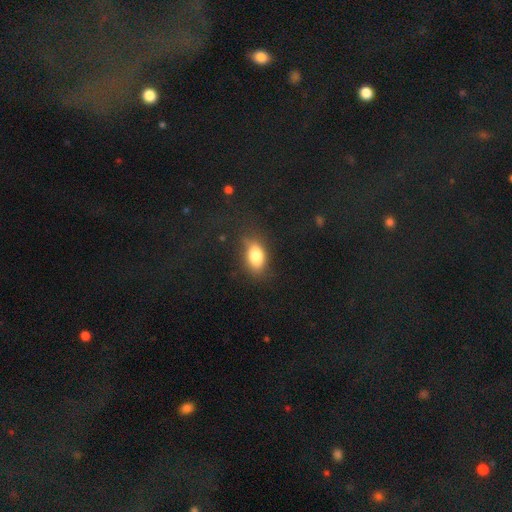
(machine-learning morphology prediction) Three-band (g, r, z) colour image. It shows a smooth galaxy with no disk features (80%) that is in between round and cigar-shaped (85%). Merging: none (72%).